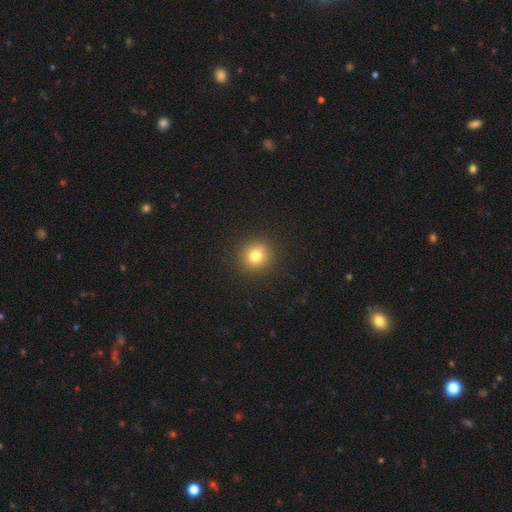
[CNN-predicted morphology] Q: Smooth or featured?
A: smooth (79%); runner-up: star or artifact (13%)
Q: How rounded?
A: round (92%); runner-up: in between (7%)
Q: Merging?
A: none (91%); runner-up: minor disturbance (5%)